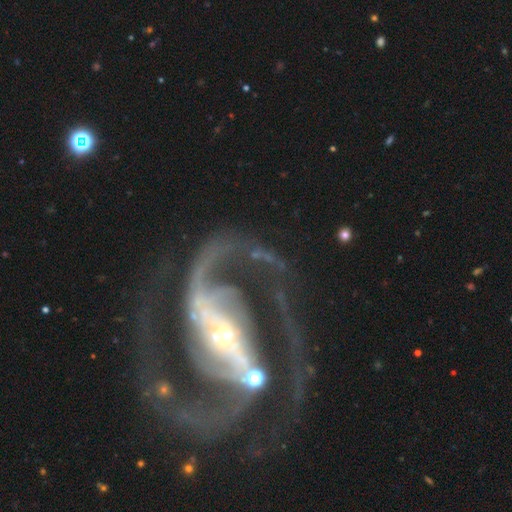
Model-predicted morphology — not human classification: Smooth or featured: featured or disk — 92% (star or artifact — 5%)
Edge-on disk: no — 98% (yes — 2%)
Bar: strong — 66% (weak — 22%)
Spiral arms: yes — 98% (no — 2%)
Spiral winding: medium — 58% (loose — 23%)
Spiral arm count: 2 — 87% (3 — 4%)
Bulge size: small — 66% (moderate — 28%)
Merging: none — 61% (major disturbance — 20%)